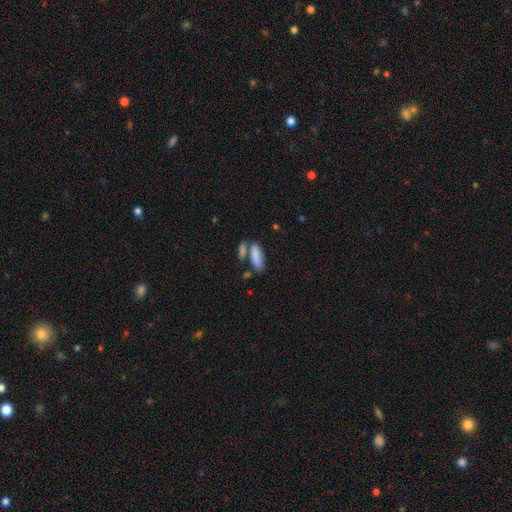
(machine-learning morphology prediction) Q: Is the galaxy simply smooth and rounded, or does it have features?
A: smooth — 85%.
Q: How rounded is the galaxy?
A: in between — 67%.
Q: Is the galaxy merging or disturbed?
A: none — 55%.